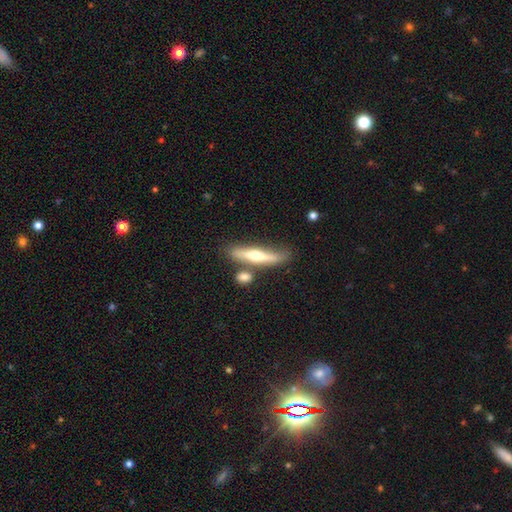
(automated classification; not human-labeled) This appears to be a featured or disk galaxy (54%) viewed edge-on (89%). Merging: none (64%).